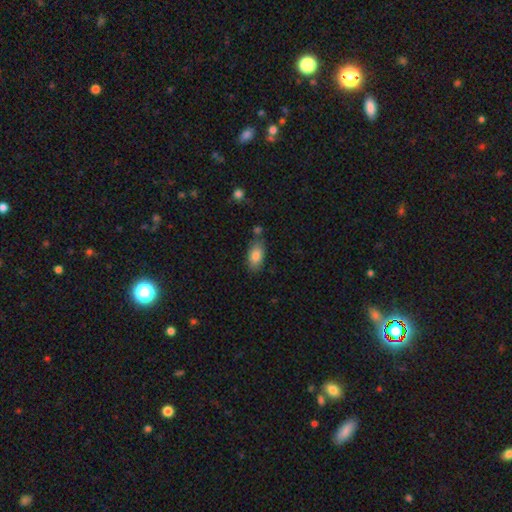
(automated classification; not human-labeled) Morphology: type=smooth (83%); roundness=in between (91%); merging=none (70%).